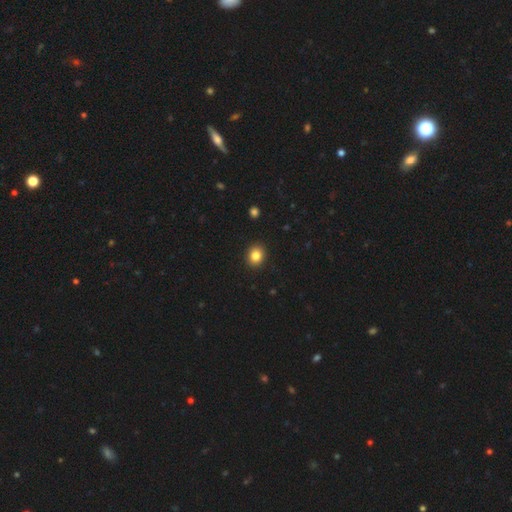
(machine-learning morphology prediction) The model was most divided on "how rounded": round: 70%, in between: 29%, cigar-shaped: 1%. More confident: merging — none (91%); smooth or featured — smooth (84%).